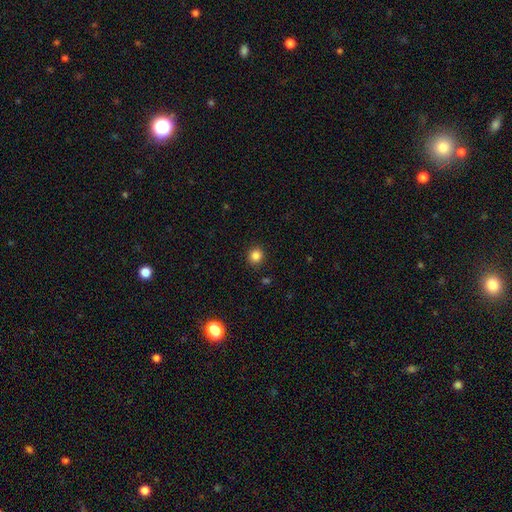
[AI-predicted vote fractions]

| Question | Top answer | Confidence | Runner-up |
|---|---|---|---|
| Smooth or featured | smooth | 84% | star or artifact (12%) |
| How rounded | round | 87% | in between (12%) |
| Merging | none | 91% | minor disturbance (6%) |